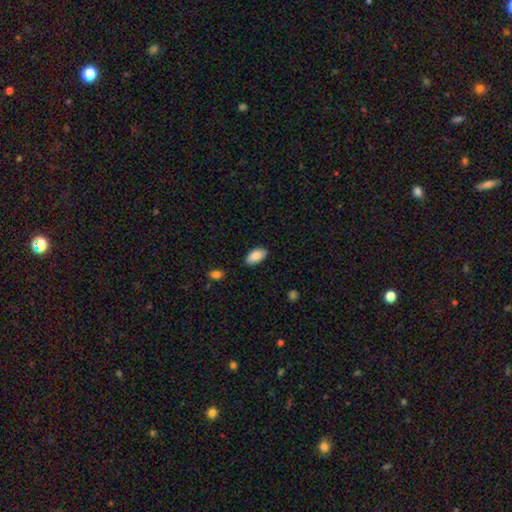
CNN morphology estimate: type=smooth (88%); roundness=in between (94%); merging=none (85%).